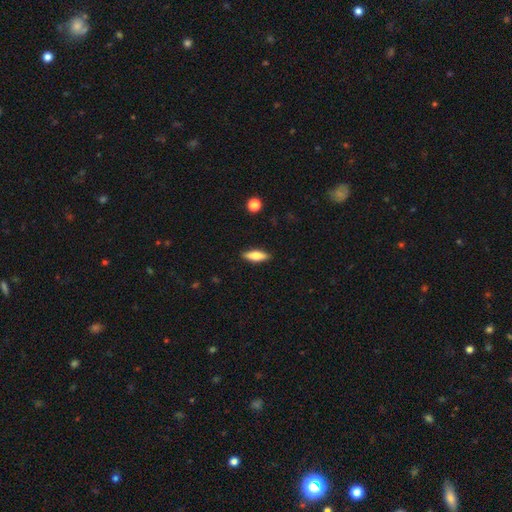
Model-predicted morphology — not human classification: Smooth or featured? Predicted: smooth (p=0.67). How rounded? Predicted: in between (p=0.57). Merging? Predicted: none (p=0.89).